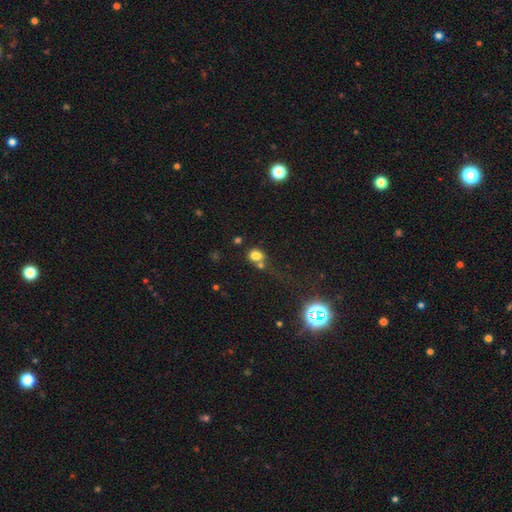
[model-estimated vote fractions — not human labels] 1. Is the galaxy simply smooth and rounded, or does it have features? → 76% smooth, 15% star or artifact, 9% featured or disk.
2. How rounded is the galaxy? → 55% round, 44% in between, 1% cigar-shaped.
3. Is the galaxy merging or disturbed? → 42% none, 37% merger, 13% minor disturbance, 8% major disturbance.